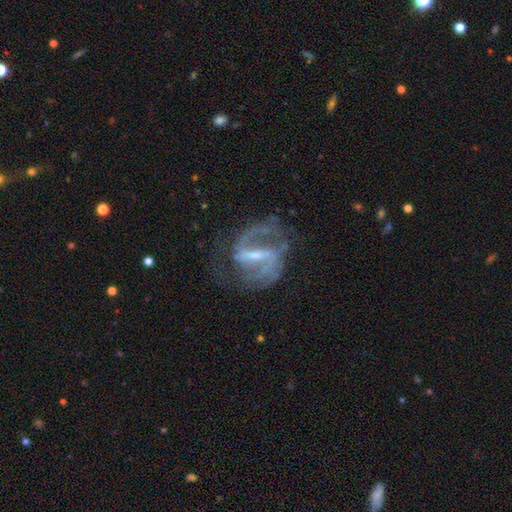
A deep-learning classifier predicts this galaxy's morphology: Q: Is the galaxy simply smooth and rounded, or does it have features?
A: featured or disk — 86%.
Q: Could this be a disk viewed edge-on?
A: no — 96%.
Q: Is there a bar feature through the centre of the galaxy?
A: strong — 58%.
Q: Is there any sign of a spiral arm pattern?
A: yes — 91%.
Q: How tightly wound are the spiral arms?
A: medium — 54%.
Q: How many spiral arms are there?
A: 2 — 79%.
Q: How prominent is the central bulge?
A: small — 47%.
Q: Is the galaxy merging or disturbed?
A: none — 60%.